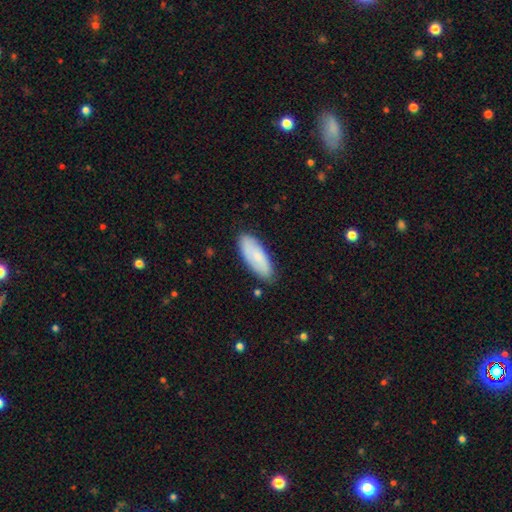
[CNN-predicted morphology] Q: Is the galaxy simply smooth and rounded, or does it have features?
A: smooth — 70%.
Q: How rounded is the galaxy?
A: in between — 75%.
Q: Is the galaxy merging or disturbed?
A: none — 82%.